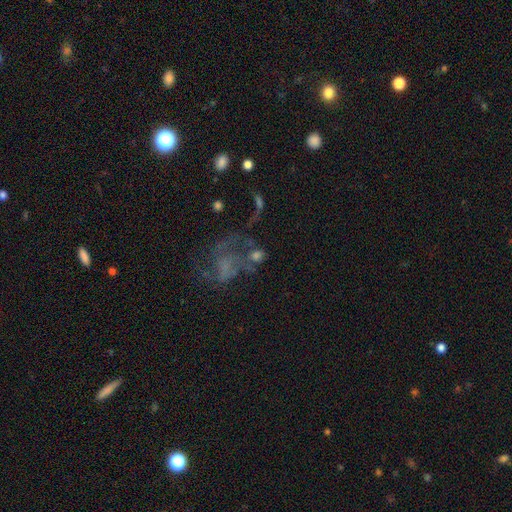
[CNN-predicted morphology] A featured or disk galaxy (47%). Merging: major disturbance (38%).